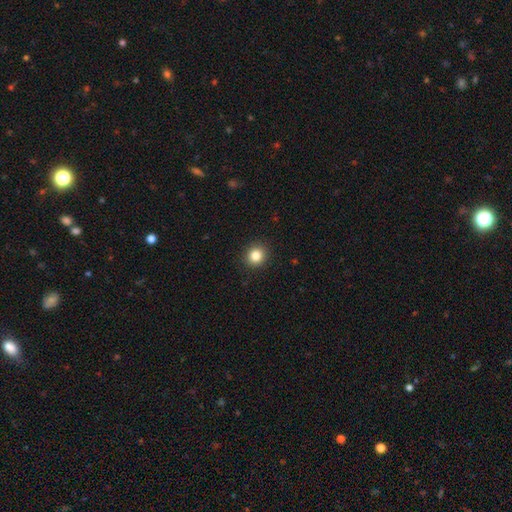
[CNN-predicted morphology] Smooth or featured? smooth (83%)
How rounded? round (87%)
Merging? none (92%)